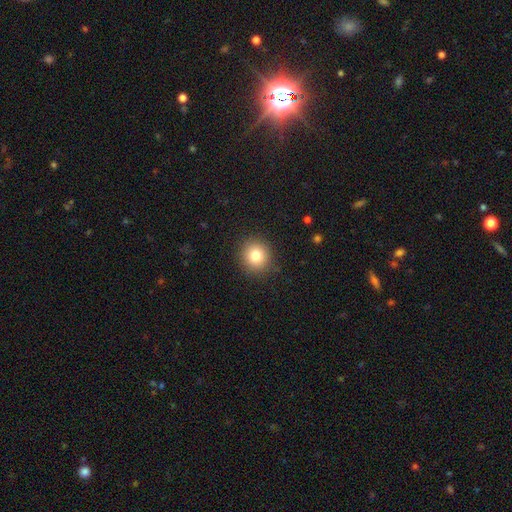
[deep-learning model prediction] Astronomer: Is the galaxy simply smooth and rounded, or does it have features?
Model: smooth — 80%.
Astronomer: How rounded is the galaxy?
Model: round — 91%.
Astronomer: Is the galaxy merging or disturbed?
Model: none — 90%.